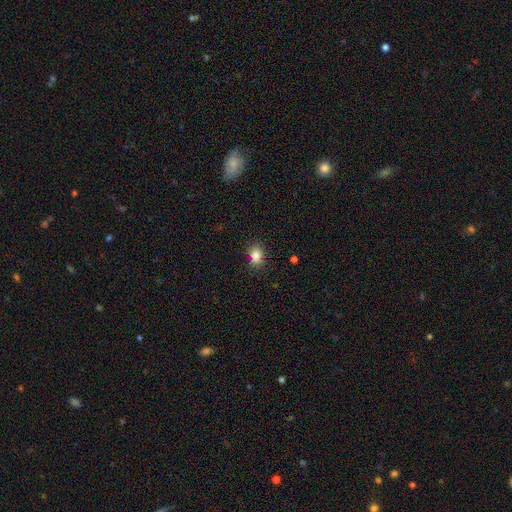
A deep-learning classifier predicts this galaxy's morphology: Smooth or featured? smooth (84%)
How rounded? in between (63%)
Merging? none (81%)